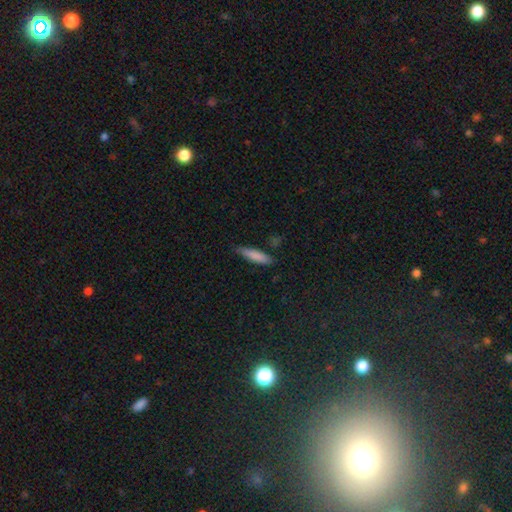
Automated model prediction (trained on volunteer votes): This is clearly a smooth galaxy (83%). How rounded: likely cigar-shaped (75%). Merging: likely none (78%).